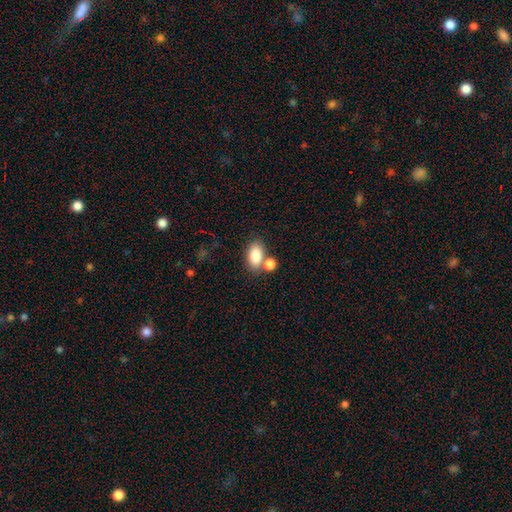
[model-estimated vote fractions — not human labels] smooth 84%, star or artifact 8%, featured or disk 8%. Down the decision tree: how rounded — in between (90%); merging — none (57%).